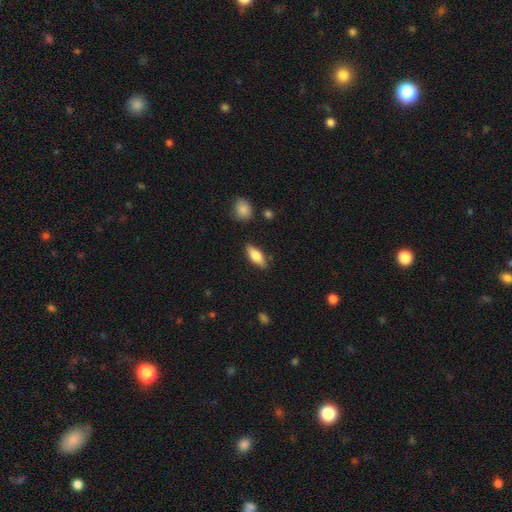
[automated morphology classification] type=smooth (68%); roundness=in between (71%); merging=none (84%).